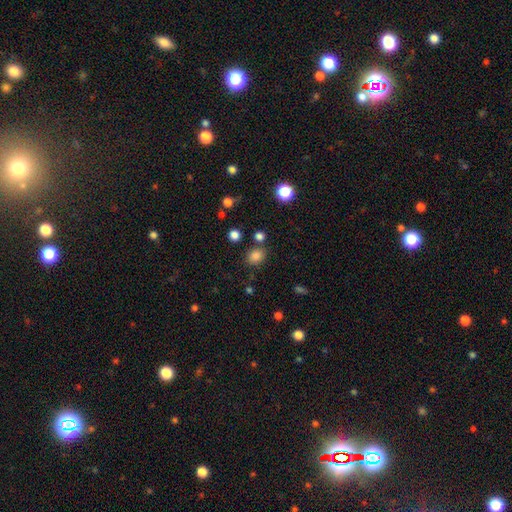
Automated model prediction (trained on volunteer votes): The model was most divided on "how rounded": in between: 50%, round: 49%, cigar-shaped: 1%. More confident: smooth or featured — smooth (83%); merging — none (77%).